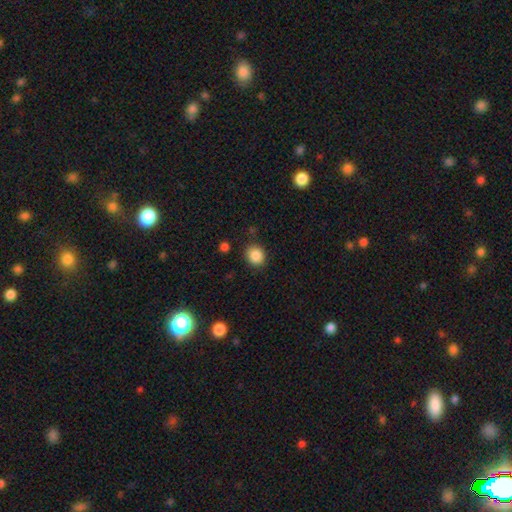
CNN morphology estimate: Smooth or featured? Predicted: smooth (p=0.87). How rounded? Predicted: round (p=0.75). Merging? Predicted: none (p=0.86).